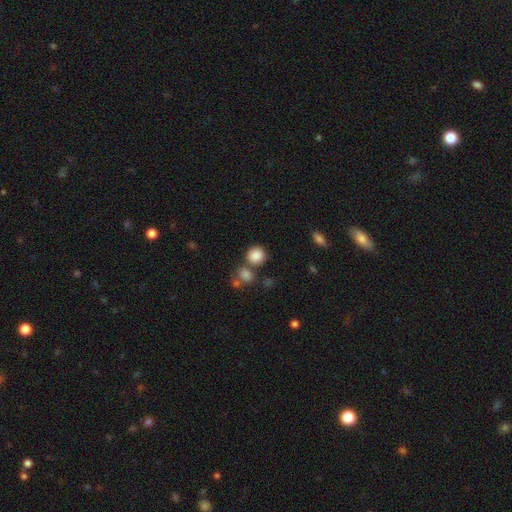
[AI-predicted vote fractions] Smooth or featured? Predicted: smooth (p=0.86). How rounded? Predicted: round (p=0.87). Merging? Predicted: none (p=0.66).